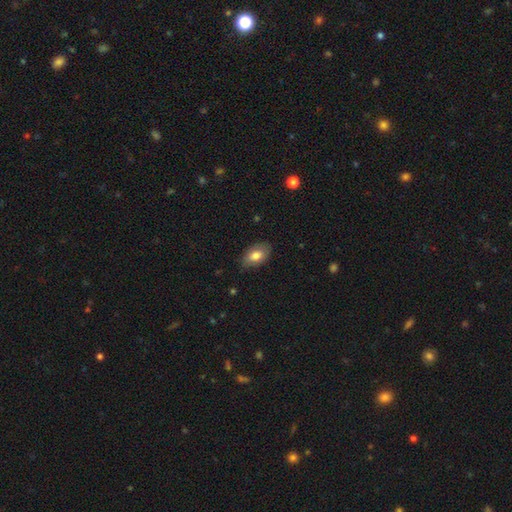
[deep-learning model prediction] Q: Smooth or featured?
A: smooth (78%); runner-up: featured or disk (16%)
Q: How rounded?
A: in between (92%); runner-up: round (7%)
Q: Merging?
A: none (77%); runner-up: minor disturbance (19%)